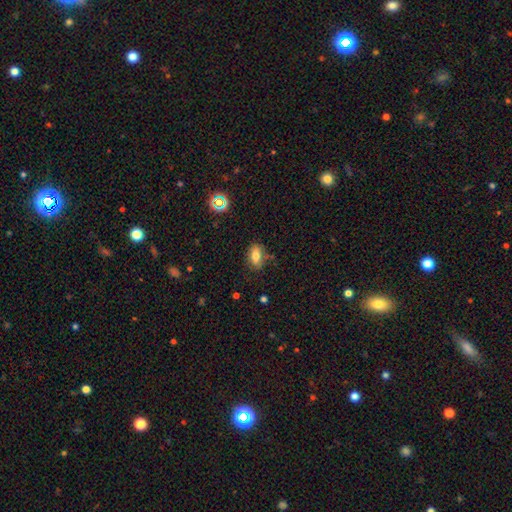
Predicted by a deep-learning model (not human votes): Smooth or featured? smooth (70%)
How rounded? in between (80%)
Merging? none (75%)